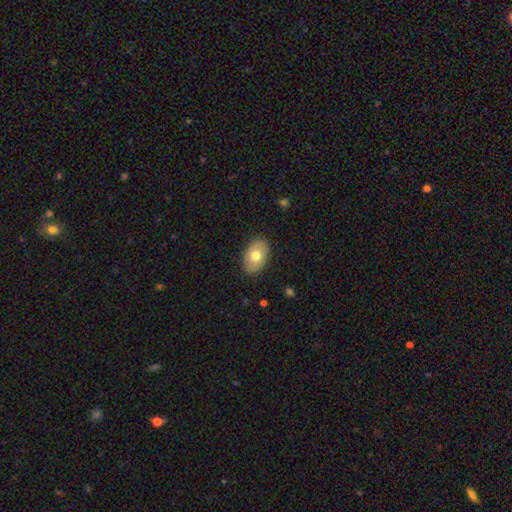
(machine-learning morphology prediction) Smooth or featured?
  - smooth: 71% *
  - featured or disk: 22%
  - star or artifact: 6%
How rounded?
  - in between: 88% *
  - round: 11%
  - cigar-shaped: 1%
Merging?
  - none: 87% *
  - minor disturbance: 9%
  - major disturbance: 2%
  - merger: 1%